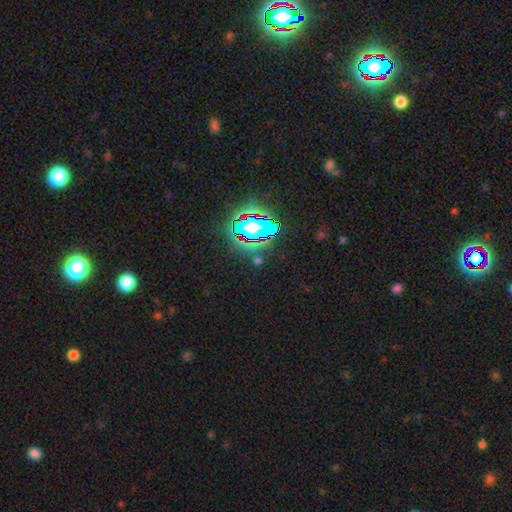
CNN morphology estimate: smooth_or_featured: star or artifact (p=0.65) [alt: smooth p=0.22]